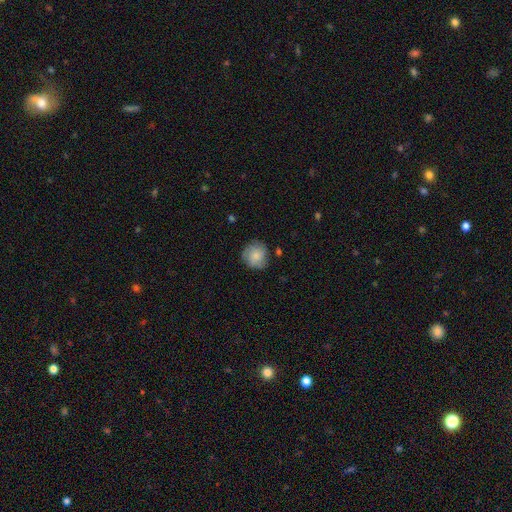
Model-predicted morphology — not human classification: Smooth or featured: smooth — 73% (featured or disk — 19%)
How rounded: round — 88% (in between — 11%)
Merging: none — 75% (minor disturbance — 18%)